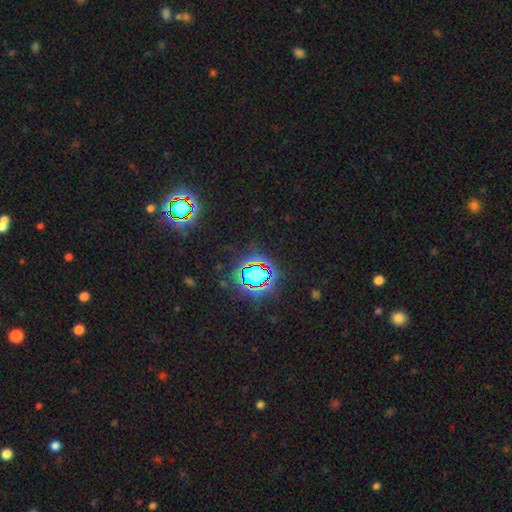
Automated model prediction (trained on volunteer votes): Morphology: type=star or artifact (83%).